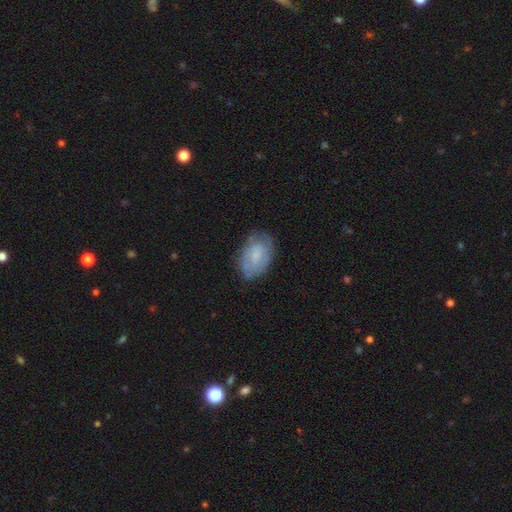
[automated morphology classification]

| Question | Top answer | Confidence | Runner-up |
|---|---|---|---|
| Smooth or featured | smooth | 54% | featured or disk (39%) |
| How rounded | in between | 88% | round (11%) |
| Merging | none | 67% | minor disturbance (24%) |